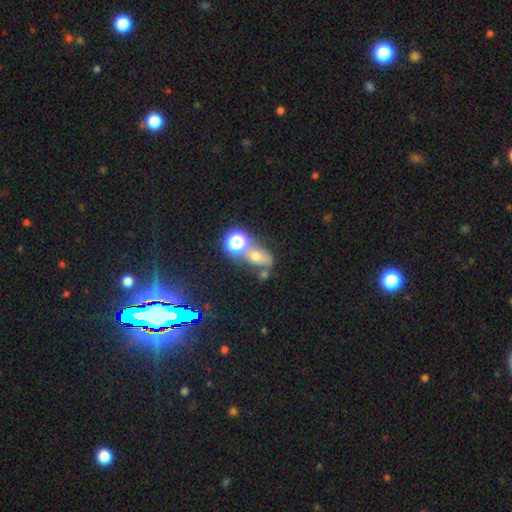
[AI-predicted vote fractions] Smooth or featured? smooth (53%)
How rounded? in between (63%)
Merging? none (45%)